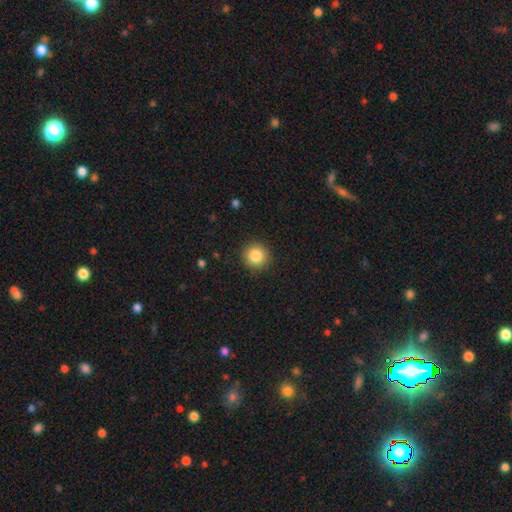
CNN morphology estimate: type=smooth (84%); roundness=round (94%); merging=none (91%).